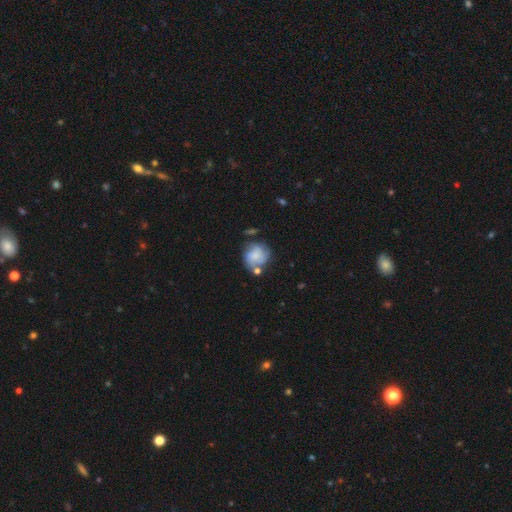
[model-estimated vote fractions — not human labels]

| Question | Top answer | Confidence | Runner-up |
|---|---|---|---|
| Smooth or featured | smooth | 50% | featured or disk (42%) |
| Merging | none | 51% | minor disturbance (23%) |